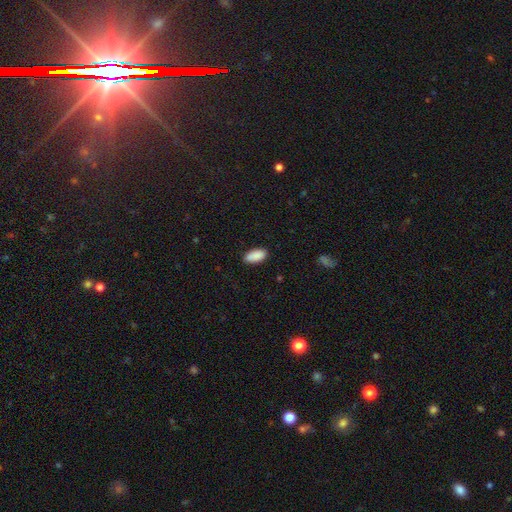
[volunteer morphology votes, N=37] smooth-or-featured: smooth: 92% | star or artifact: 5% | featured or disk: 3%
  how-rounded: in between: 94% | round: 3% | cigar-shaped: 3%
  merging: none: 91% | minor disturbance: 3% | major disturbance: 3% | merger: 3%